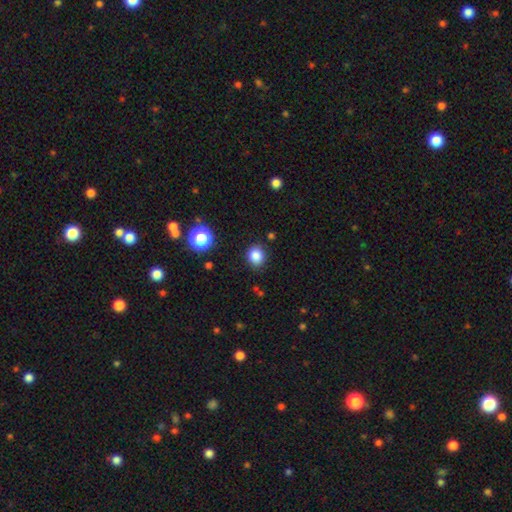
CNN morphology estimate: A smooth galaxy with no disk features (85%) that is round (76%). Merging: none (87%).